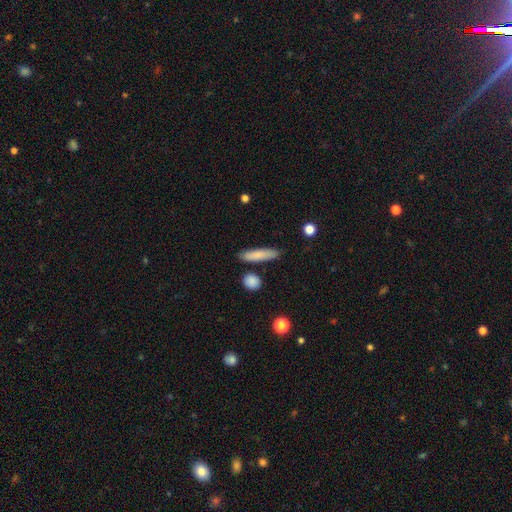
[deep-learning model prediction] Overall: smooth (81%). How rounded: cigar-shaped (79%). Merging: none (83%).